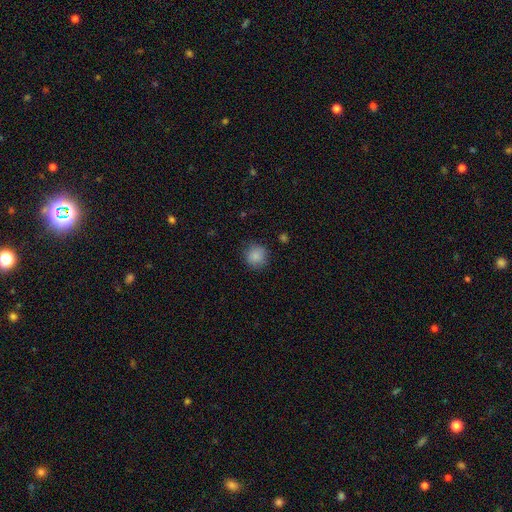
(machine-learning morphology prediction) Q: Smooth or featured?
A: smooth (87%); runner-up: star or artifact (9%)
Q: How rounded?
A: round (92%); runner-up: in between (7%)
Q: Merging?
A: none (86%); runner-up: minor disturbance (10%)